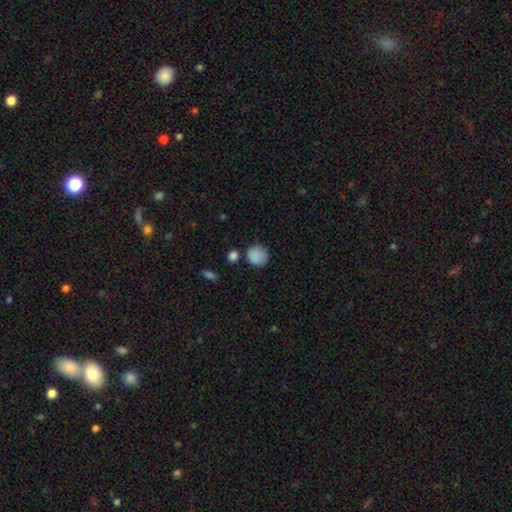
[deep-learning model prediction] Smooth or featured? Predicted: smooth (p=0.85). How rounded? Predicted: round (p=0.84). Merging? Predicted: none (p=0.69).